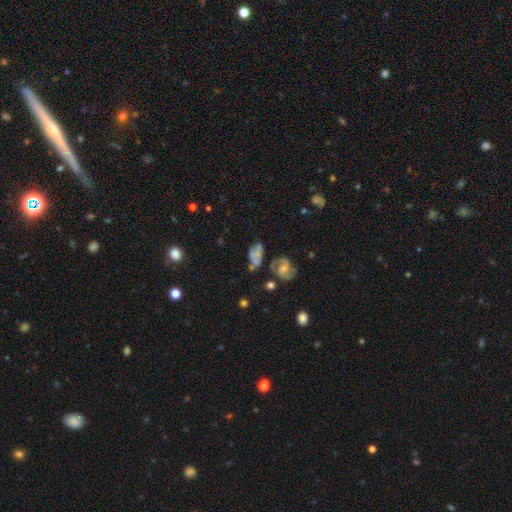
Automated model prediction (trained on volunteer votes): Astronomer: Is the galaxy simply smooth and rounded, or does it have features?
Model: featured or disk — 44% (runner-up: smooth, 42%).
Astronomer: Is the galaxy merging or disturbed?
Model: none — 37% (runner-up: minor disturbance, 23%).